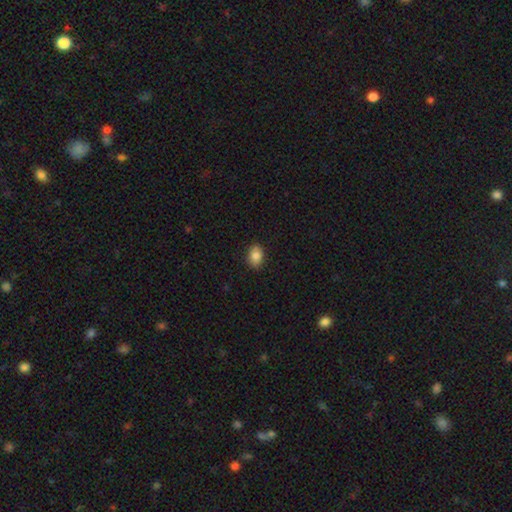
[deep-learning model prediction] Smooth or featured?
  - smooth: 85% *
  - star or artifact: 8%
  - featured or disk: 7%
How rounded?
  - in between: 80% *
  - round: 19%
  - cigar-shaped: 1%
Merging?
  - none: 88% *
  - minor disturbance: 9%
  - major disturbance: 2%
  - merger: 1%